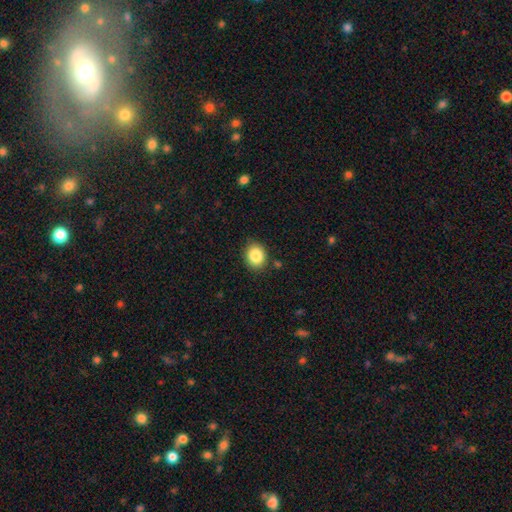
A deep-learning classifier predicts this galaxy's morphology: This appears to be a smooth galaxy with no disk features (86%) that is round (57%). Merging: none (87%).